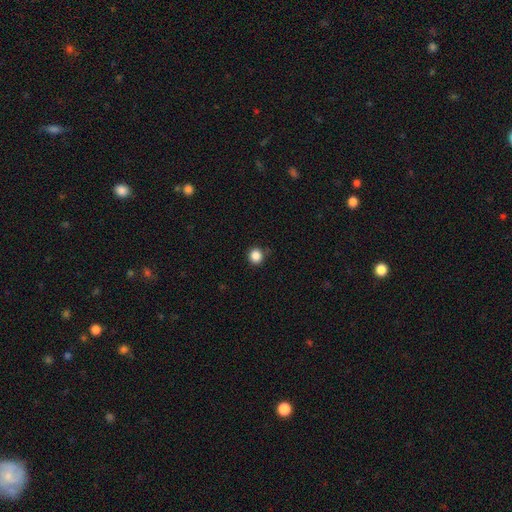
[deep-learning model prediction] smooth 86%, star or artifact 11%, featured or disk 3%. Down the decision tree: how rounded — round (89%); merging — none (87%).